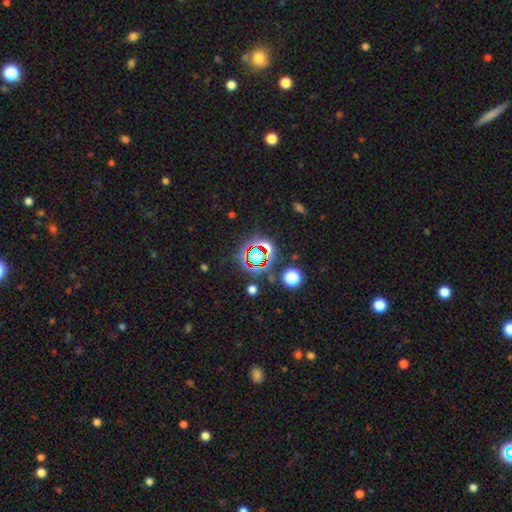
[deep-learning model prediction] This appears to be a star or artifact, not a galaxy (68%).